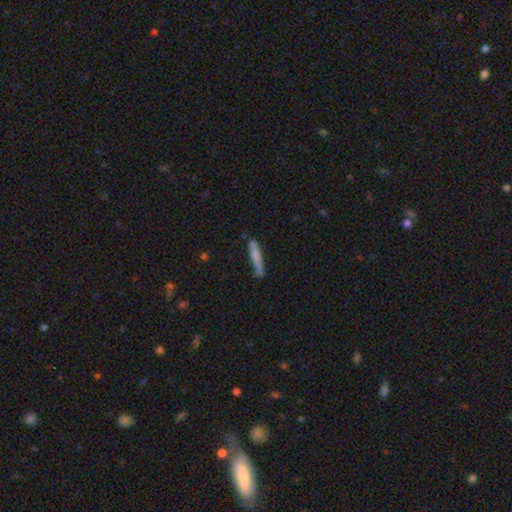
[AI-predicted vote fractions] This is likely a smooth galaxy (67%). How rounded: clearly cigar-shaped (92%). Merging: likely none (68%).